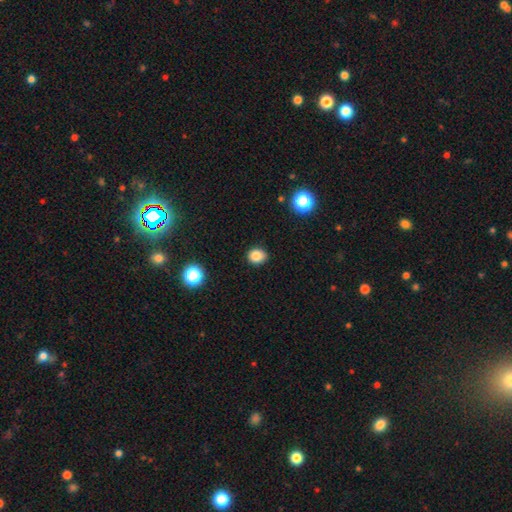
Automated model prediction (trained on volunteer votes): Morphology: type=smooth (83%); roundness=round (63%); merging=none (86%).